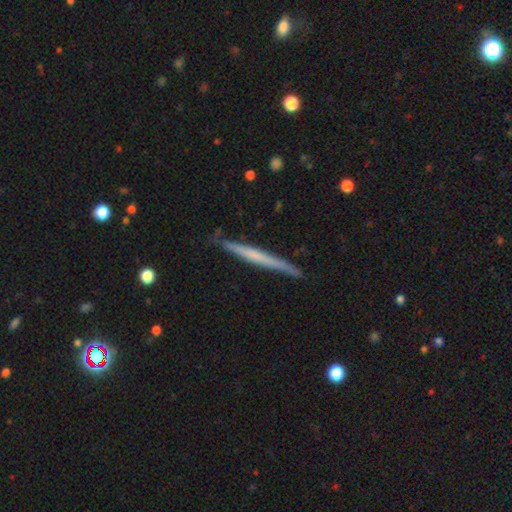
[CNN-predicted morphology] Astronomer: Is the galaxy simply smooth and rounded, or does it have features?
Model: featured or disk — 52% (runner-up: smooth, 42%).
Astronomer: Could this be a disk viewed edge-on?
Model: yes — 97%.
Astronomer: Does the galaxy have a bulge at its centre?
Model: none — 80%.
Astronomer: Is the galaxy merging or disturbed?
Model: none — 86%.